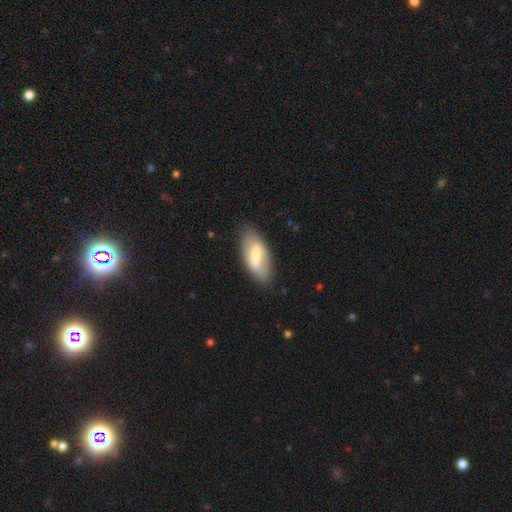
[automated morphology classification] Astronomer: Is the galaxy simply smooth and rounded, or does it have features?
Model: smooth — 55% (runner-up: featured or disk, 38%).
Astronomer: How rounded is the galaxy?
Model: in between — 84%.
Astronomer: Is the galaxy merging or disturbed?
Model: none — 78%.